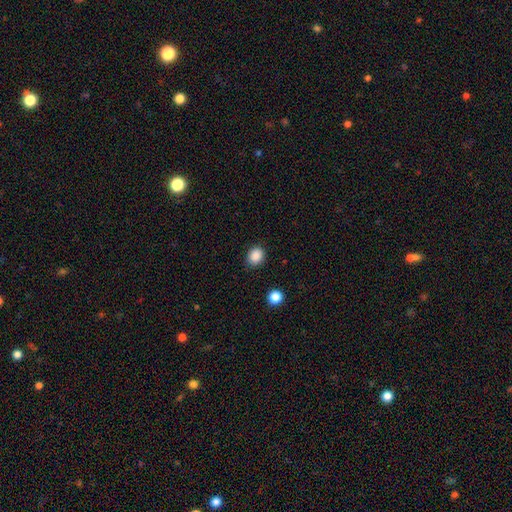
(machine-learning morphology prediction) Smooth or featured? smooth (87%)
How rounded? round (63%)
Merging? none (85%)